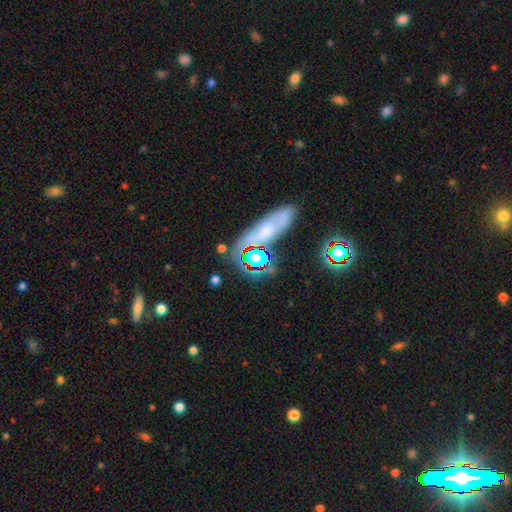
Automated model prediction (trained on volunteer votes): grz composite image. It shows a smooth galaxy with no disk features (48%). Merging: none (78%).